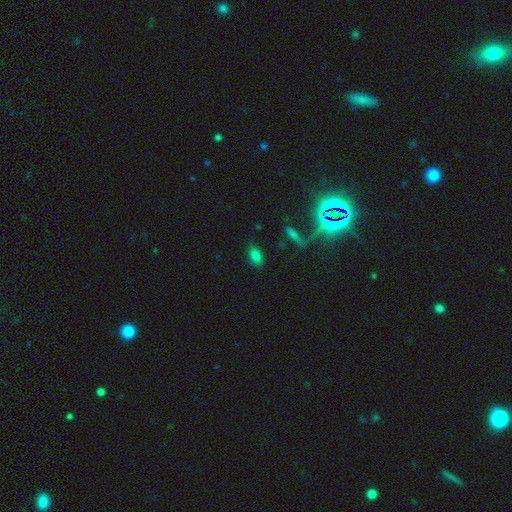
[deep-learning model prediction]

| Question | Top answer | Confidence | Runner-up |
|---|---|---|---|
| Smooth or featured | smooth | 76% | star or artifact (16%) |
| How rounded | in between | 88% | round (8%) |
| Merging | none | 81% | minor disturbance (11%) |